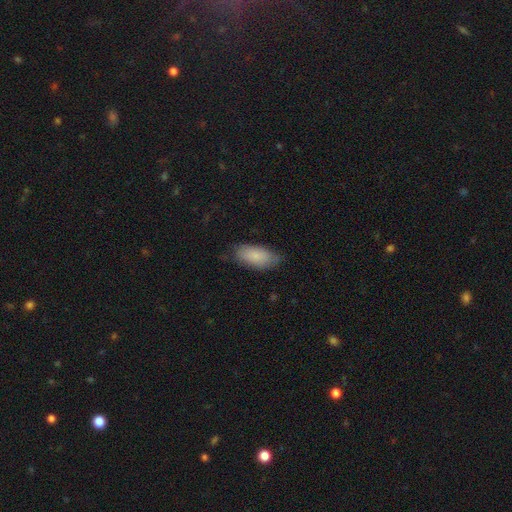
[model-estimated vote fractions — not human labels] smooth-or-featured: smooth: 84% | featured or disk: 10% | star or artifact: 6%
  how-rounded: in between: 86% | cigar-shaped: 12% | round: 2%
  merging: none: 72% | minor disturbance: 22% | major disturbance: 4% | merger: 1%